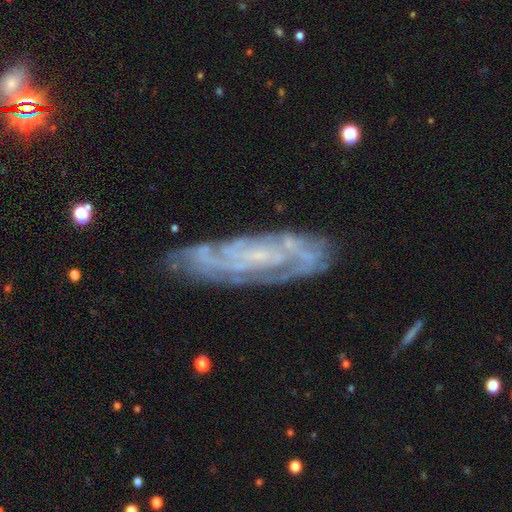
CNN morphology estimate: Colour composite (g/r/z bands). It shows a featured or disk galaxy (81%) with no bar (61%), tight (66%) spiral arms (92%) and a small central bulge (74%). Merging: none (77%).